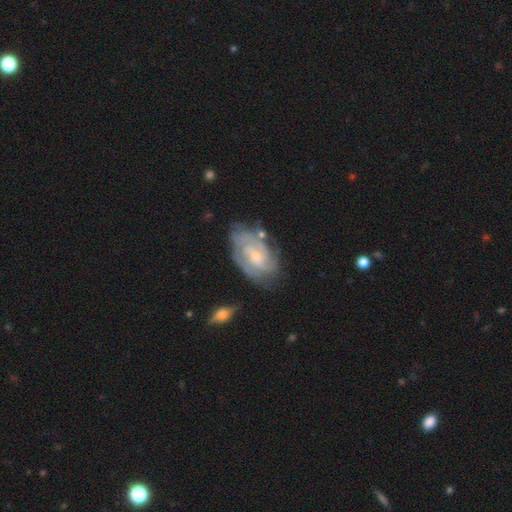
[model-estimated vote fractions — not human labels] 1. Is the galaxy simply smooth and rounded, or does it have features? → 84% featured or disk, 11% smooth, 6% star or artifact.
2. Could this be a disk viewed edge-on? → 96% no, 4% yes.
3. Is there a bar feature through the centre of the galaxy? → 48% no, 43% weak, 9% strong.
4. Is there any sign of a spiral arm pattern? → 95% yes, 5% no.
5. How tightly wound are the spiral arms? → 60% tight, 33% medium, 7% loose.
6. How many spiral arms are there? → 33% 2, 27% can't tell, 23% 3, 9% 4, 4% 1, 4% more than 4.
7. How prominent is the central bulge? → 65% small, 29% moderate, 4% none, 2% large, 1% dominant.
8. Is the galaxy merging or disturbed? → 66% none, 22% minor disturbance, 8% major disturbance, 4% merger.